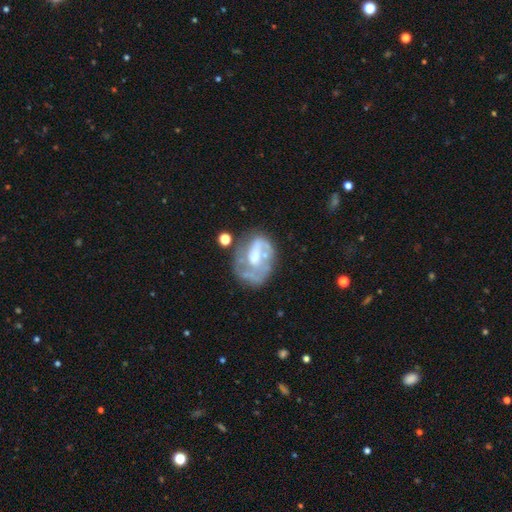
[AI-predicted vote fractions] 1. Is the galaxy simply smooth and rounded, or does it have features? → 65% featured or disk, 27% smooth, 8% star or artifact.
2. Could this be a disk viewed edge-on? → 97% no, 3% yes.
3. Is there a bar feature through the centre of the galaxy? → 60% no, 31% weak, 10% strong.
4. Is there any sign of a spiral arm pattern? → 55% no, 45% yes.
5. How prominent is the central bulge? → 49% moderate, 27% small, 12% none, 11% large, 2% dominant.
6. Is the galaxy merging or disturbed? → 41% none, 26% major disturbance, 23% minor disturbance, 10% merger.